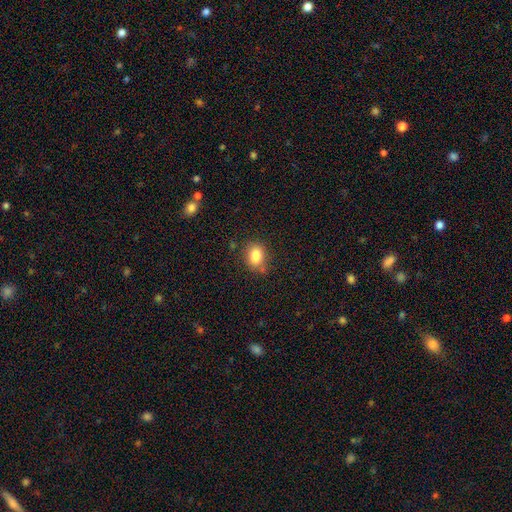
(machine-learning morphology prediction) A smooth galaxy with no disk features (84%) that is in between round and cigar-shaped (59%). Merging: none (73%).